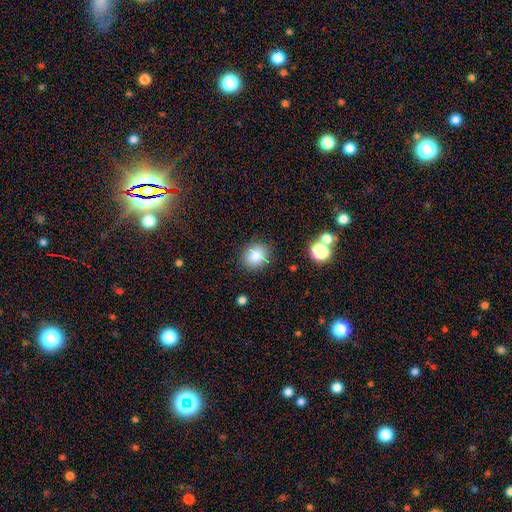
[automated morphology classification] smooth_or_featured: smooth (p=0.83) [alt: star or artifact p=0.10]
how_rounded: round (p=0.71) [alt: in between p=0.28]
merging: none (p=0.86) [alt: minor disturbance p=0.09]